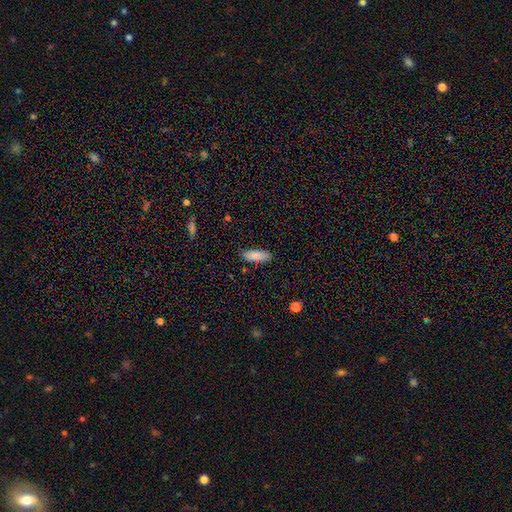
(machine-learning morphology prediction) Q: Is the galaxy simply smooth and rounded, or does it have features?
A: smooth — 85%.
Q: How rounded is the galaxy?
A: in between — 60%.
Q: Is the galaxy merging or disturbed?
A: none — 84%.